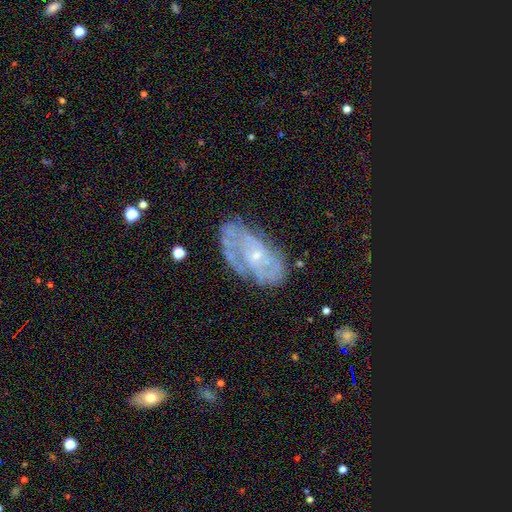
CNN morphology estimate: Smooth or featured? featured or disk (73%)
Edge-on disk? no (94%)
Bar? no (73%)
Spiral arms? yes (74%)
Spiral winding? tight (54%)
Spiral arm count? can't tell (51%)
Bulge size? small (78%)
Merging? none (59%)